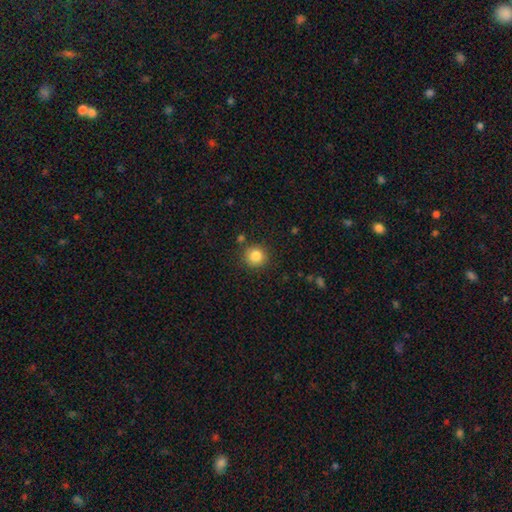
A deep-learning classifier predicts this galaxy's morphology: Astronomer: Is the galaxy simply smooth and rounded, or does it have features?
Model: smooth — 84%.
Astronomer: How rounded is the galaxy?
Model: round — 92%.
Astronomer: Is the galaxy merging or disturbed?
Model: none — 85%.